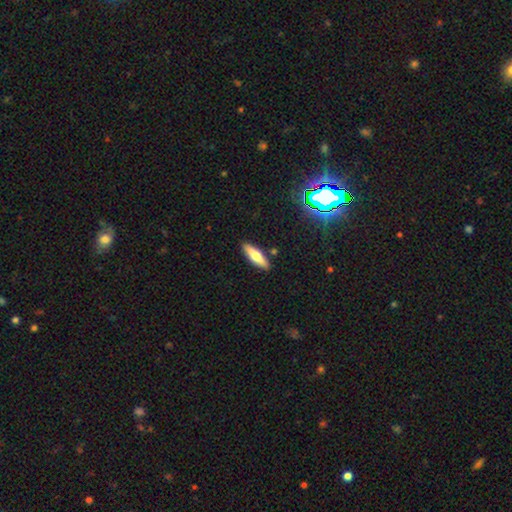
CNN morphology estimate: This appears to be a smooth galaxy with no disk features (62%) that is cigar-shaped (62%). Merging: none (88%).